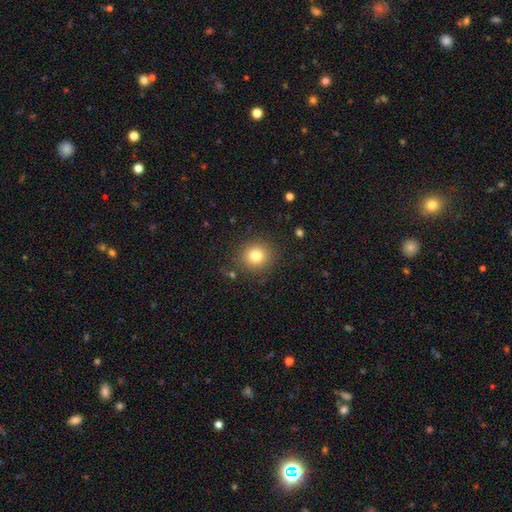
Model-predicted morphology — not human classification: type=smooth (79%); roundness=round (90%); merging=none (86%).